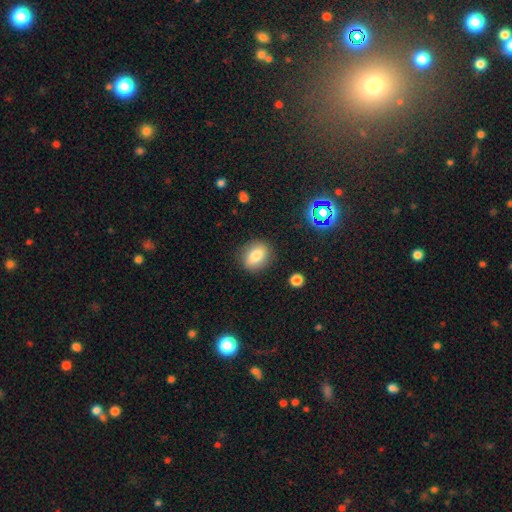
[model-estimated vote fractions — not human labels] Smooth or featured? smooth (78%)
How rounded? in between (56%)
Merging? none (85%)